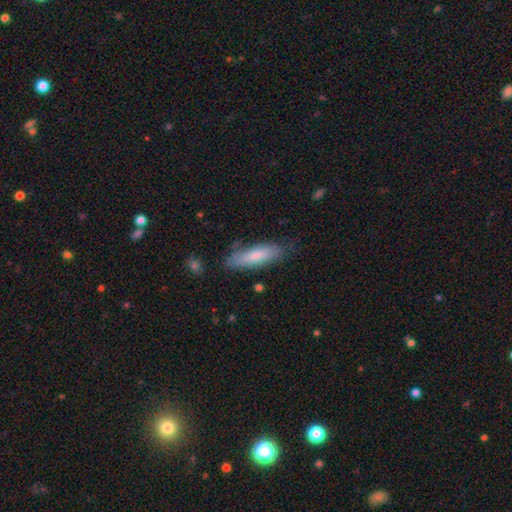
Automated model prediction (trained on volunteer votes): smooth-or-featured: smooth: 73% | featured or disk: 21% | star or artifact: 6%
  how-rounded: cigar-shaped: 61% | in between: 38% | round: 2%
  merging: none: 77% | minor disturbance: 17% | major disturbance: 3% | merger: 3%